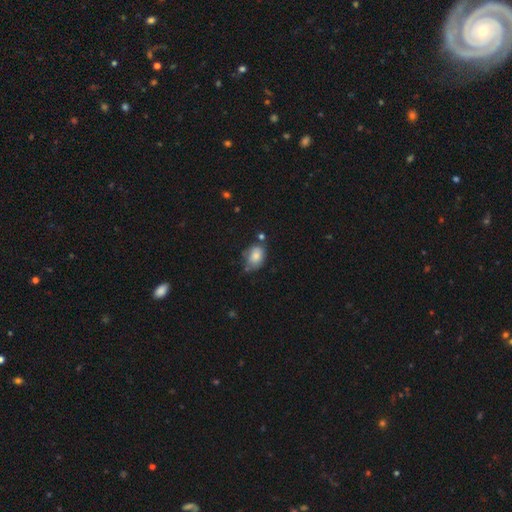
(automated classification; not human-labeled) A smooth galaxy with no disk features (78%) that is in between round and cigar-shaped (78%). Merging: none (50%).